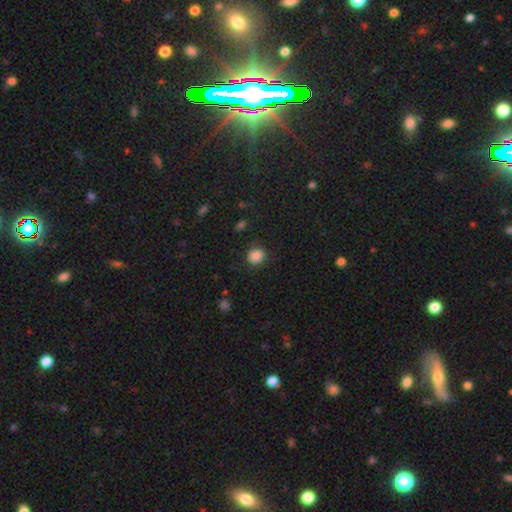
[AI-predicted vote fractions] Smooth or featured?
  - smooth: 86% *
  - star or artifact: 10%
  - featured or disk: 4%
How rounded?
  - round: 79% *
  - in between: 20%
  - cigar-shaped: 1%
Merging?
  - none: 84% *
  - minor disturbance: 11%
  - major disturbance: 4%
  - merger: 1%